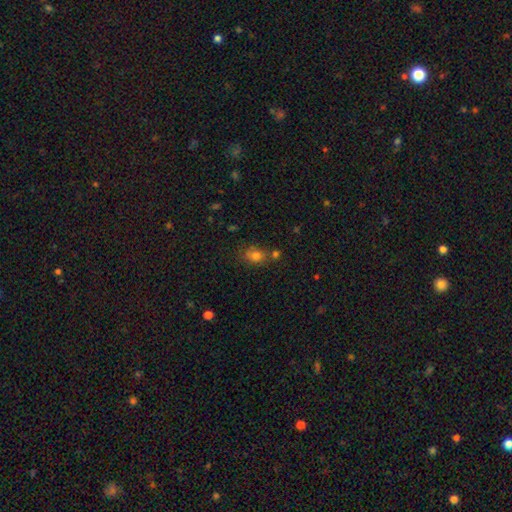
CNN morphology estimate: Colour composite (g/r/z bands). It shows a smooth galaxy with no disk features (77%) that is in between round and cigar-shaped (54%). Merging: none (60%).